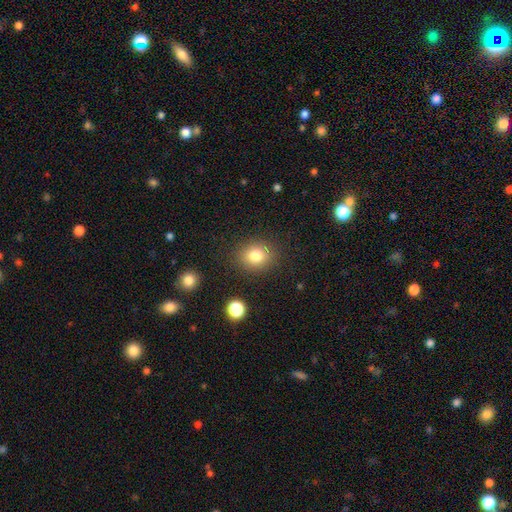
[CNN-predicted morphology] Smooth or featured? Predicted: smooth (p=0.80). How rounded? Predicted: round (p=0.67). Merging? Predicted: none (p=0.85).